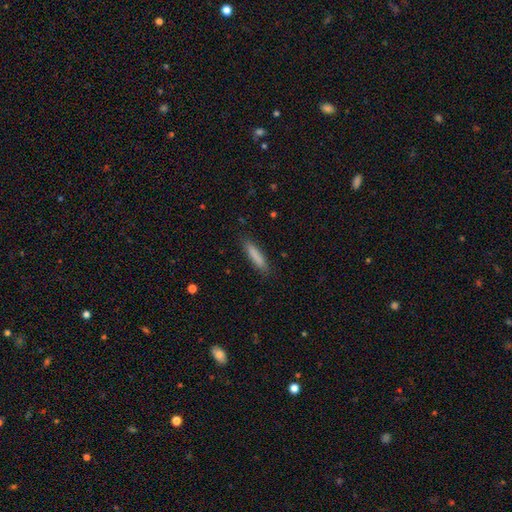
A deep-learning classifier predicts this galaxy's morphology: type=smooth (84%); roundness=cigar-shaped (85%); merging=none (87%).